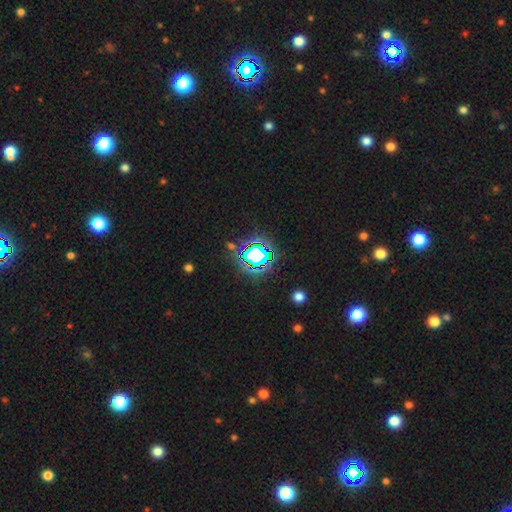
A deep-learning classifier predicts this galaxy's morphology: smooth-or-featured: star or artifact: 68% | smooth: 20% | featured or disk: 12%